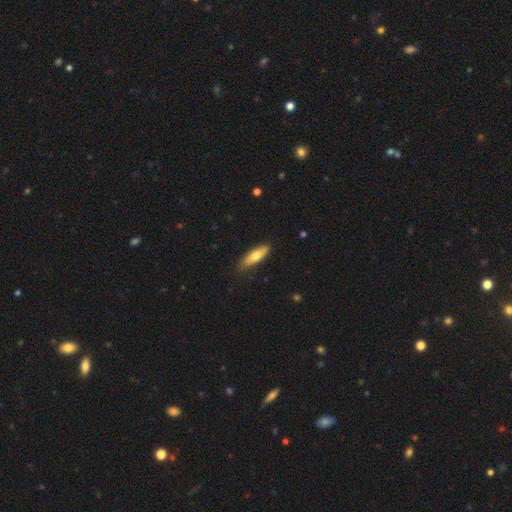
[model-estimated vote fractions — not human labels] Overall: smooth (67%). How rounded: cigar-shaped (53%; in between 45%). Merging: none (78%).